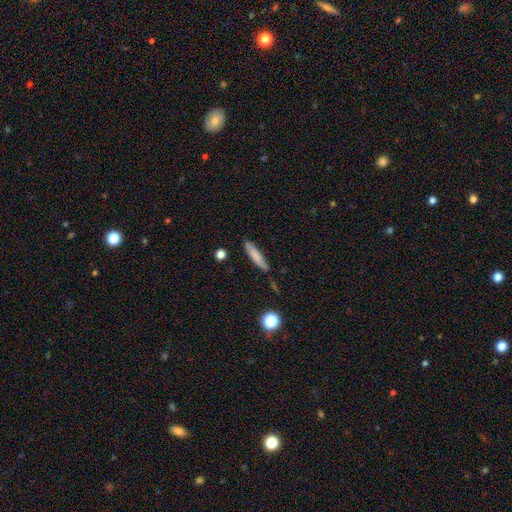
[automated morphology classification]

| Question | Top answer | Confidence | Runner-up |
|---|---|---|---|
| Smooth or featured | smooth | 77% | featured or disk (15%) |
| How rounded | cigar-shaped | 84% | in between (14%) |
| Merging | none | 73% | minor disturbance (19%) |